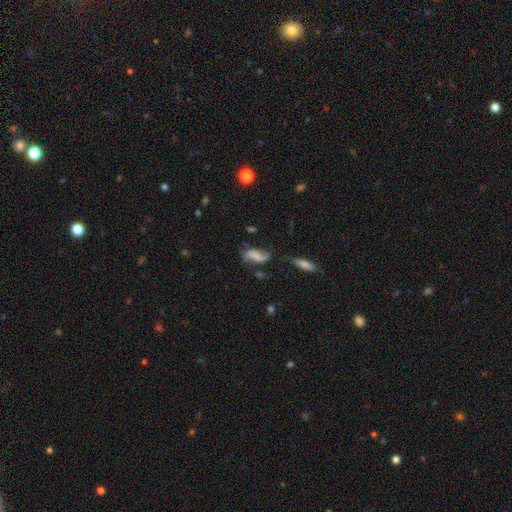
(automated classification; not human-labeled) Overall: featured or disk (47%; smooth 41%). Merging: none (50%; minor disturbance 26%).